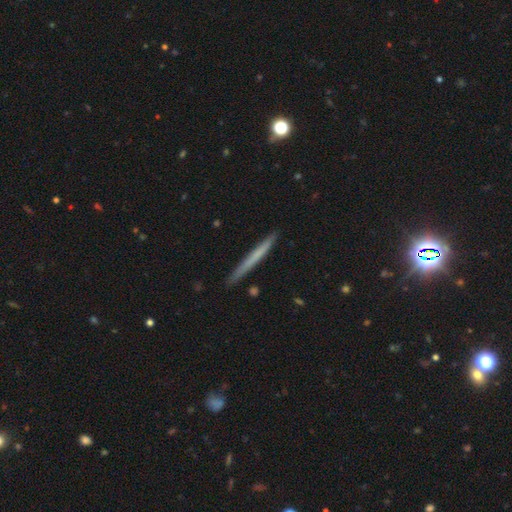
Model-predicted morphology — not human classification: The model was most divided on "smooth or featured": smooth: 56%, featured or disk: 38%, star or artifact: 6%. More confident: how rounded — cigar-shaped (97%); merging — none (89%).